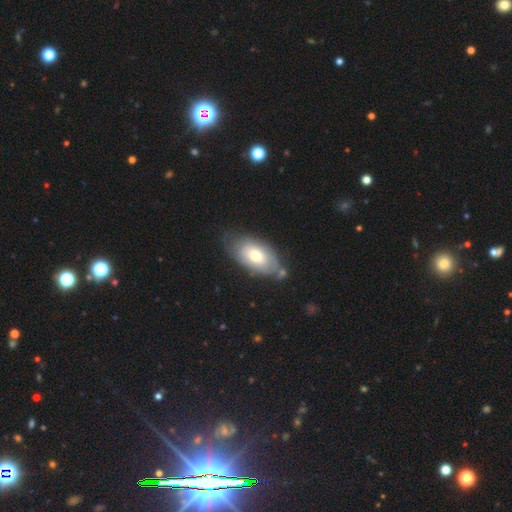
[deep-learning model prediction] smooth-or-featured: smooth: 63% | featured or disk: 31% | star or artifact: 6%
  how-rounded: in between: 92% | round: 5% | cigar-shaped: 3%
  merging: none: 57% | minor disturbance: 26% | merger: 9% | major disturbance: 8%